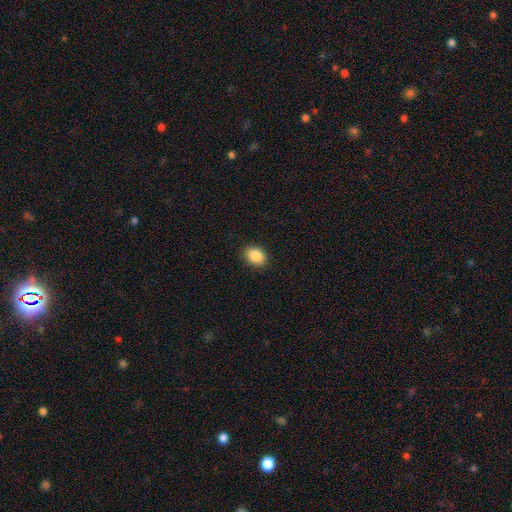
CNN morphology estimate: smooth 88%, star or artifact 8%, featured or disk 4%. Down the decision tree: how rounded — in between (70%); merging — none (89%).